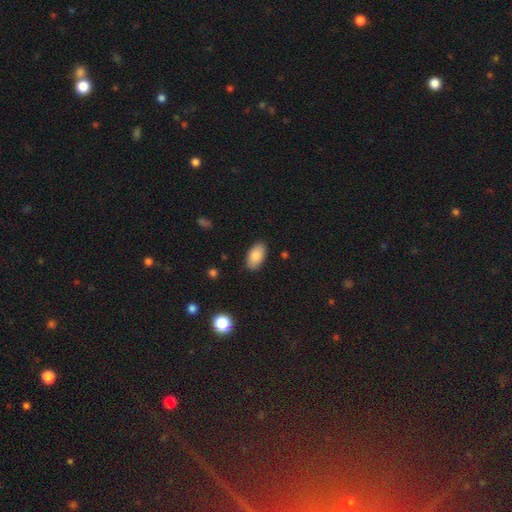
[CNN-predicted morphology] This is clearly a smooth galaxy (86%). How rounded: clearly in between (94%). Merging: clearly none (87%).